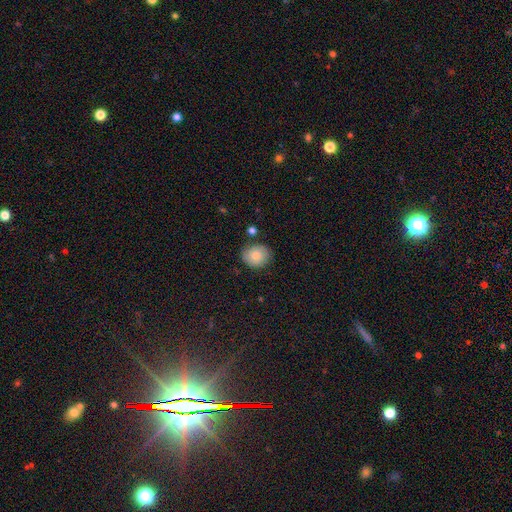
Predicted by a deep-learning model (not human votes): A smooth galaxy with no disk features (77%) that is round (76%). Merging: none (78%).